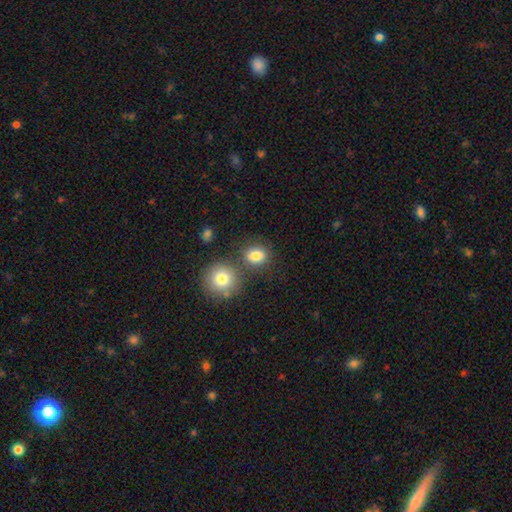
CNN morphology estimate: Q: Smooth or featured?
A: smooth (82%); runner-up: star or artifact (11%)
Q: How rounded?
A: round (60%); runner-up: in between (39%)
Q: Merging?
A: none (69%); runner-up: merger (17%)